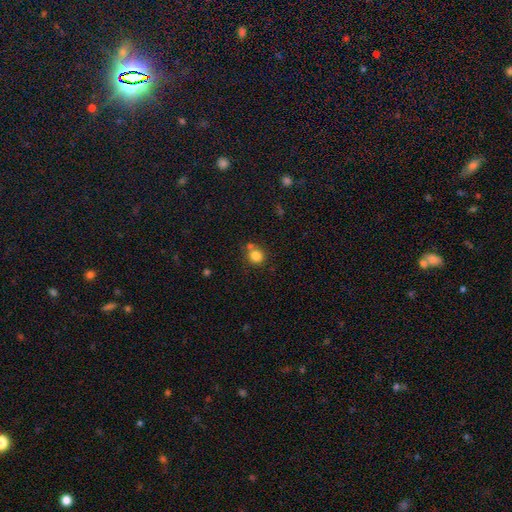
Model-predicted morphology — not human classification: smooth_or_featured: smooth (p=0.82) [alt: star or artifact p=0.11]
how_rounded: round (p=0.86) [alt: in between p=0.13]
merging: none (p=0.66) [alt: merger p=0.18]